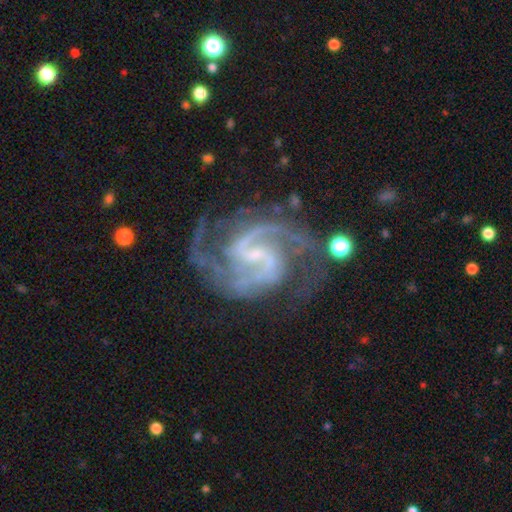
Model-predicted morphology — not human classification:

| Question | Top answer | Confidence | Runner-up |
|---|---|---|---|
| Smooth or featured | featured or disk | 93% | star or artifact (4%) |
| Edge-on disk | no | 98% | yes (2%) |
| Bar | weak | 57% | strong (25%) |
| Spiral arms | yes | 99% | no (1%) |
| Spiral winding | medium | 64% | tight (23%) |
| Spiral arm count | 2 | 82% | 3 (8%) |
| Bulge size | small | 64% | none (18%) |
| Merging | none | 69% | minor disturbance (18%) |